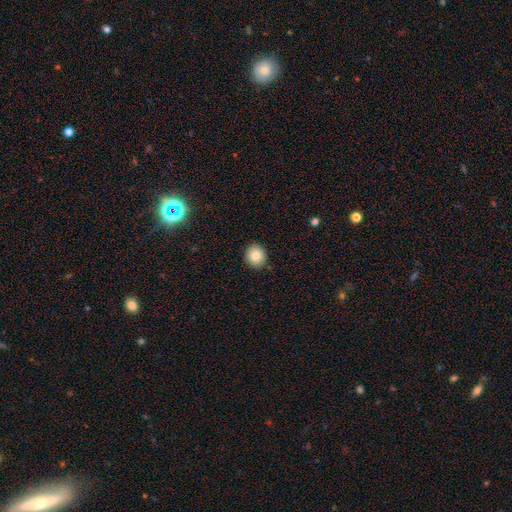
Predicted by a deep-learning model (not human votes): This is clearly a smooth galaxy (84%). How rounded: likely round (78%). Merging: clearly none (90%).